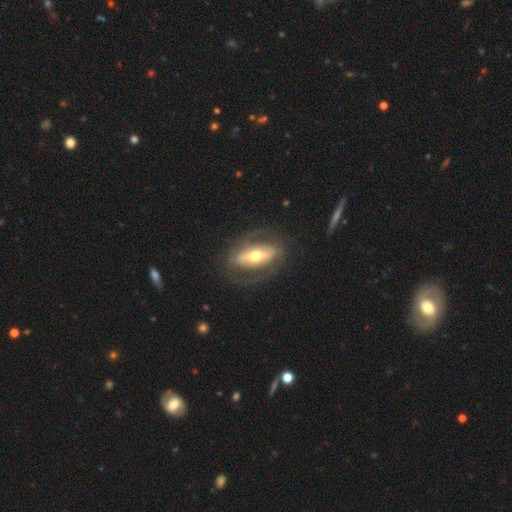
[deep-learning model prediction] The model was most divided on "spiral arms": yes: 54%, no: 46%. More confident: edge-on disk — no (87%); merging — none (73%); smooth or featured — featured or disk (72%); bulge size — moderate (68%); bar — strong (54%).